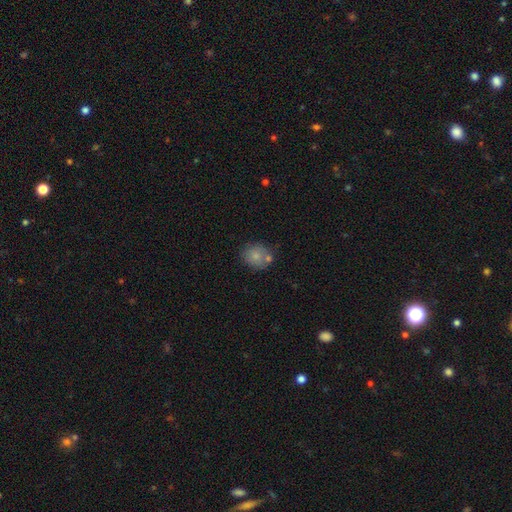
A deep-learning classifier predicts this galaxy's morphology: smooth 79%, featured or disk 12%, star or artifact 9%. Down the decision tree: how rounded — round (77%); merging — none (63%).